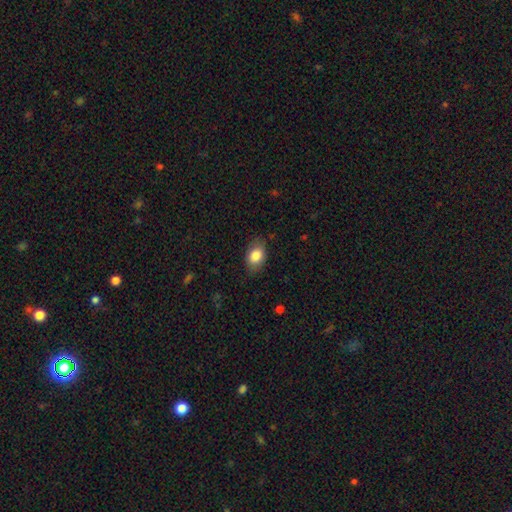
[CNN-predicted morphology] This appears to be a smooth galaxy with no disk features (84%) that is in between round and cigar-shaped (83%). Merging: none (80%).